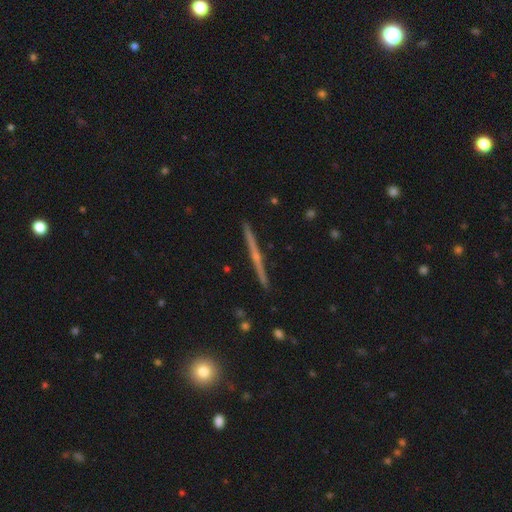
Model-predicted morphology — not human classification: Smooth or featured? featured or disk (77%)
Edge-on disk? yes (98%)
Edge-on bulge? rounded (54%)
Merging? none (92%)